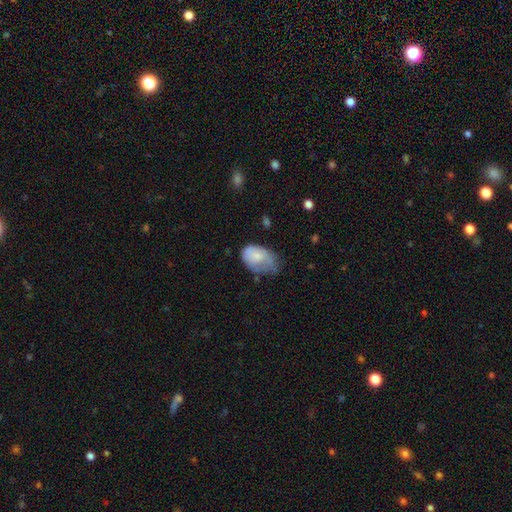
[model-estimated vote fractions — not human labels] Smooth or featured? Predicted: smooth (p=0.72). How rounded? Predicted: in between (p=0.86). Merging? Predicted: minor disturbance (p=0.44).